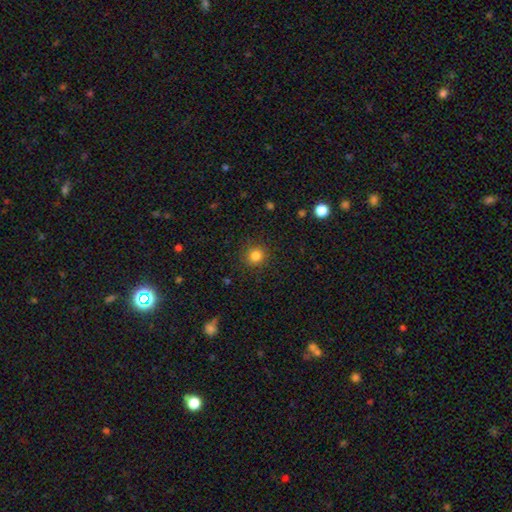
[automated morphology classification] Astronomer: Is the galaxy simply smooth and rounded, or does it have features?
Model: smooth — 83%.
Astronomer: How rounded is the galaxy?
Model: round — 89%.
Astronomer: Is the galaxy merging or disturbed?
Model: none — 89%.